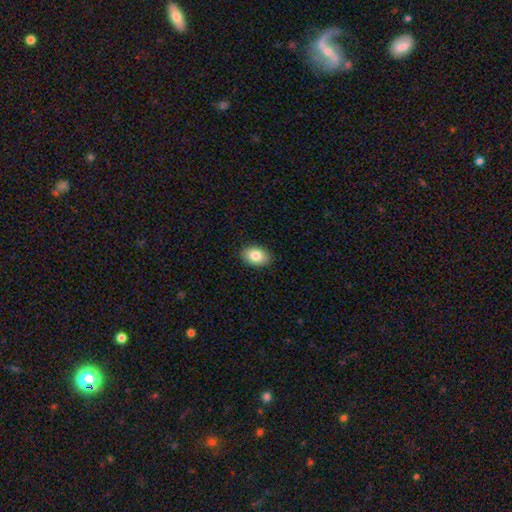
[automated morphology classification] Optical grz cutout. It shows a smooth galaxy with no disk features (84%) that is in between round and cigar-shaped (85%). Merging: none (89%).